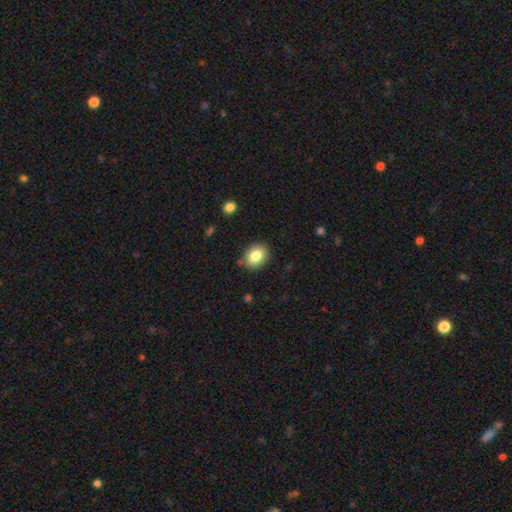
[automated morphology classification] type=smooth (83%); roundness=in between (57%); merging=none (85%).